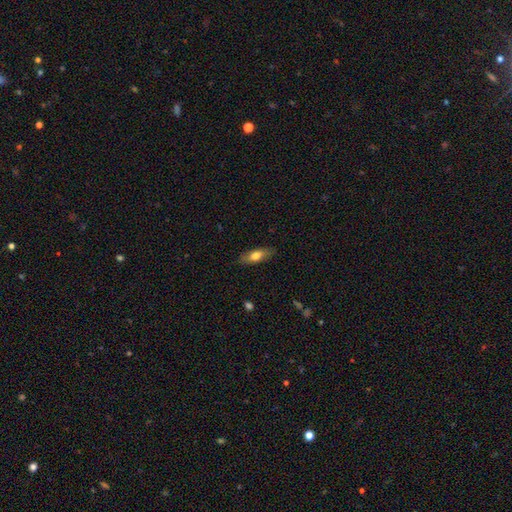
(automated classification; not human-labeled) Smooth or featured?
  - smooth: 69% *
  - featured or disk: 25%
  - star or artifact: 6%
How rounded?
  - in between: 63% *
  - cigar-shaped: 34%
  - round: 3%
Merging?
  - none: 86% *
  - minor disturbance: 11%
  - major disturbance: 2%
  - merger: 1%